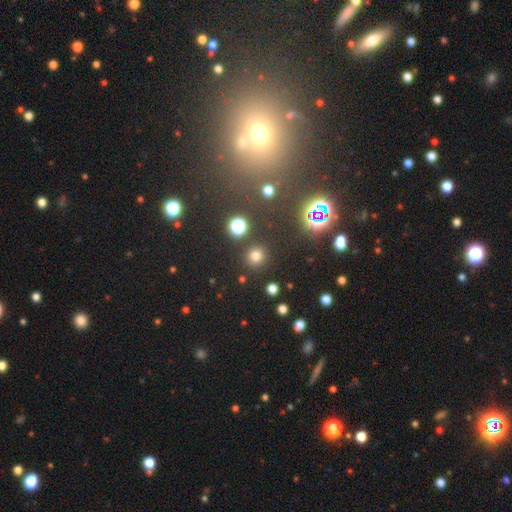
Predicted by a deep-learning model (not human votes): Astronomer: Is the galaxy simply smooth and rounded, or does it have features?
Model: smooth — 70%.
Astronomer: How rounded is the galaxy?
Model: round — 92%.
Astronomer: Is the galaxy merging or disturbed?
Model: none — 88%.